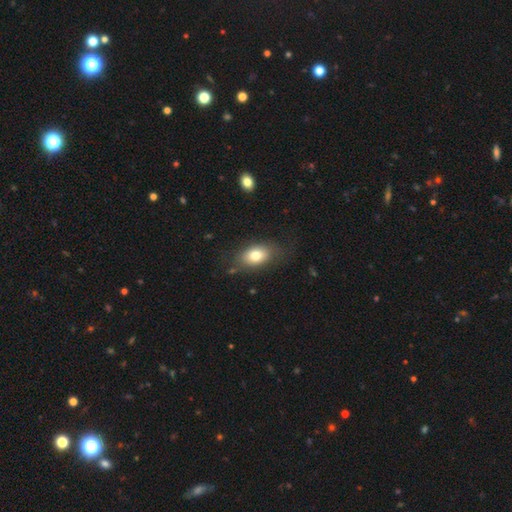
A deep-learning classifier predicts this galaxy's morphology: smooth 77%, featured or disk 15%, star or artifact 8%. Down the decision tree: how rounded — in between (83%); merging — none (74%).